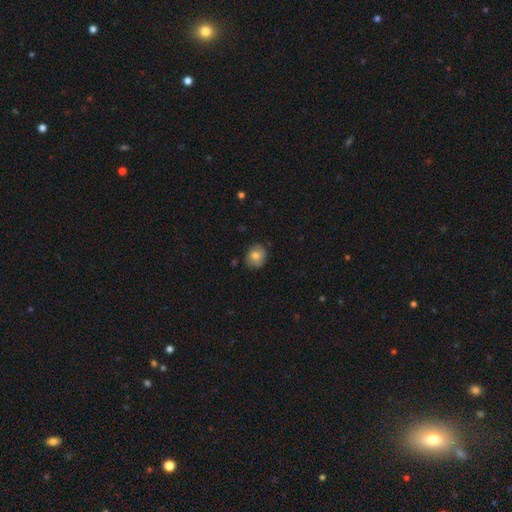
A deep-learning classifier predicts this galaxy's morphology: Overall: smooth (77%). How rounded: round (66%; in between 33%). Merging: none (82%).